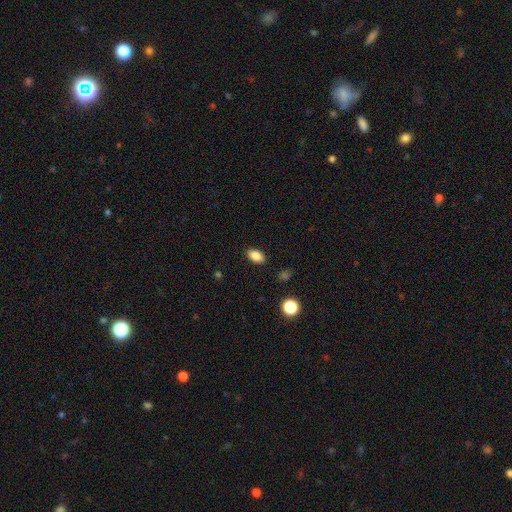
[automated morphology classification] type=smooth (86%); roundness=in between (90%); merging=none (89%).